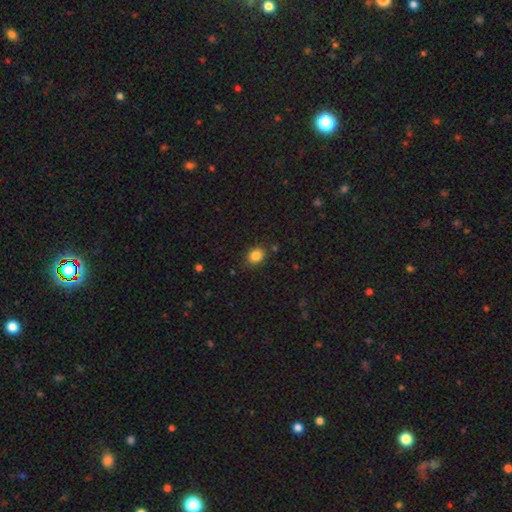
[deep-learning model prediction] Smooth or featured?
  - smooth: 85% *
  - star or artifact: 11%
  - featured or disk: 5%
How rounded?
  - in between: 50% *
  - round: 49%
  - cigar-shaped: 1%
Merging?
  - none: 83% *
  - minor disturbance: 12%
  - major disturbance: 3%
  - merger: 2%